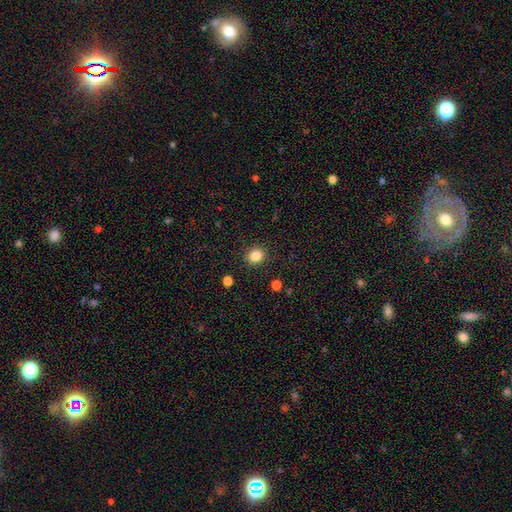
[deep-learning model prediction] Overall: smooth (85%). How rounded: round (66%; in between 33%). Merging: none (89%).